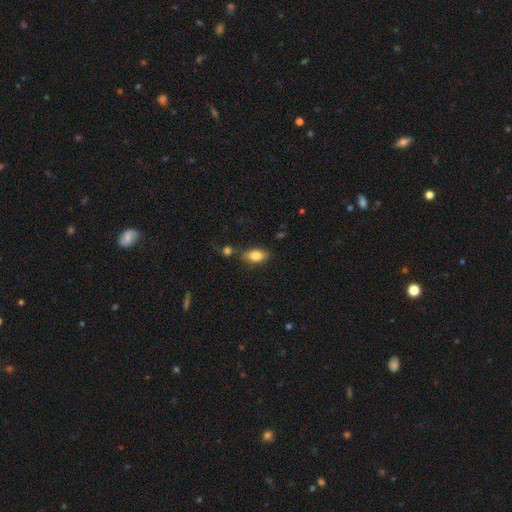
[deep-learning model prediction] Morphology: type=smooth (84%); roundness=in between (89%); merging=none (70%).